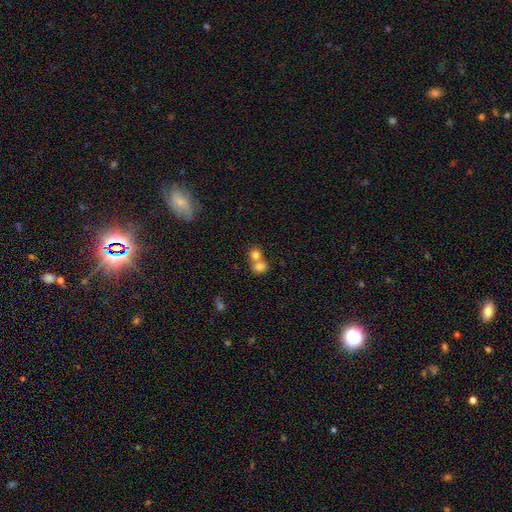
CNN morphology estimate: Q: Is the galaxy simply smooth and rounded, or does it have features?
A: smooth — 78%.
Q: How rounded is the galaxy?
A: round — 72%.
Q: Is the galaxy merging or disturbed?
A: merger — 60%.